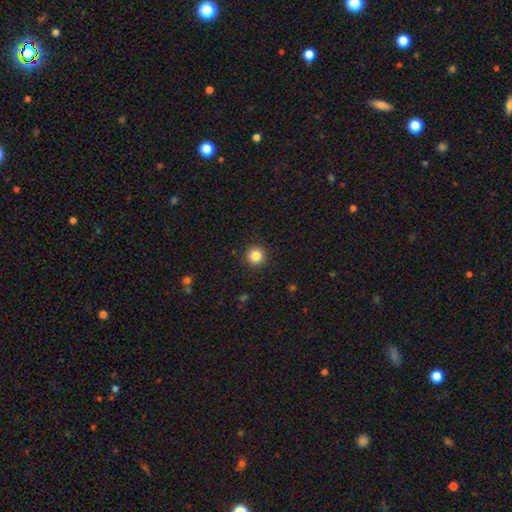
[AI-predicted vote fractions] A smooth galaxy with no disk features (84%) that is round (95%). Merging: none (92%).